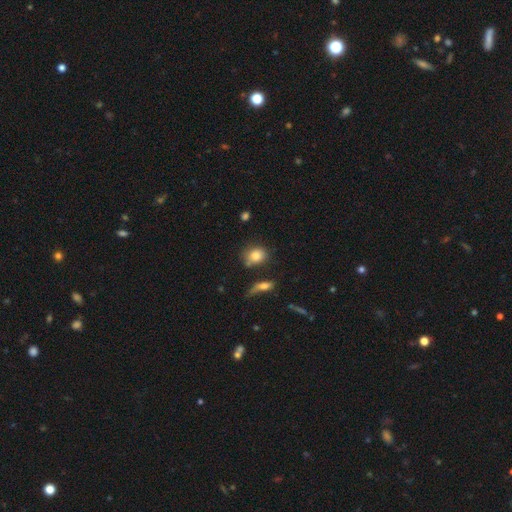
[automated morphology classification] Smooth or featured? smooth (82%)
How rounded? round (52%)
Merging? none (62%)